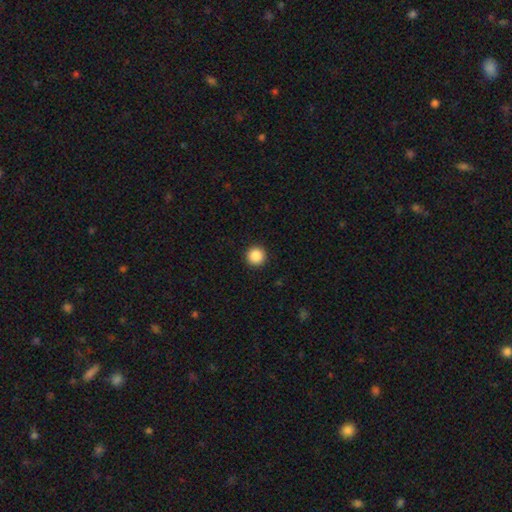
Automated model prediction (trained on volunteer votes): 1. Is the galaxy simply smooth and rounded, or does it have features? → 88% smooth, 9% star or artifact, 3% featured or disk.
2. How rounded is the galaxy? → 96% round, 3% in between, 1% cigar-shaped.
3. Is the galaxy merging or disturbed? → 94% none, 4% minor disturbance, 1% major disturbance, 1% merger.